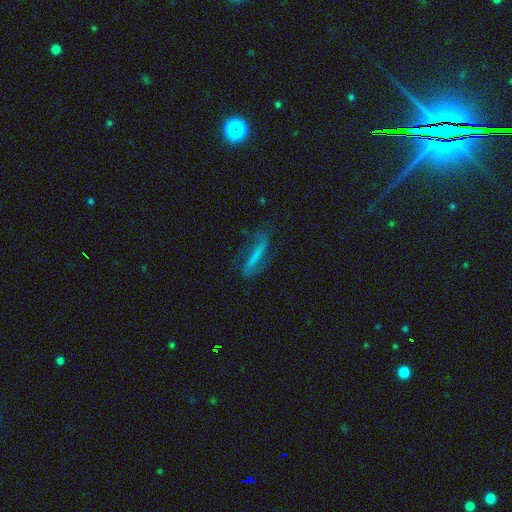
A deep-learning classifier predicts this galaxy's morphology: Smooth or featured? featured or disk (49%)
Merging? none (58%)